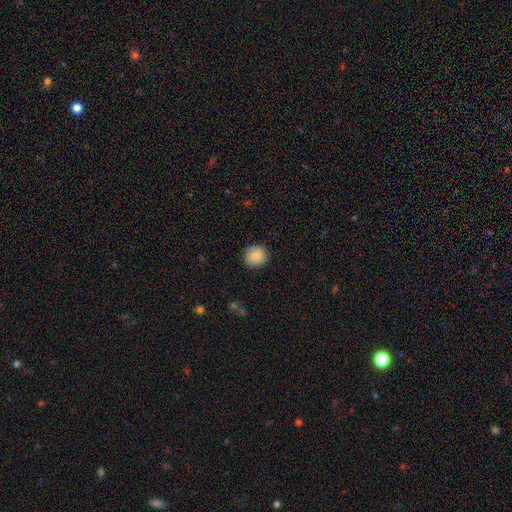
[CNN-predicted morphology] The model was most divided on "how rounded": round: 89%, in between: 10%, cigar-shaped: 1%. More confident: merging — none (89%); smooth or featured — smooth (88%).